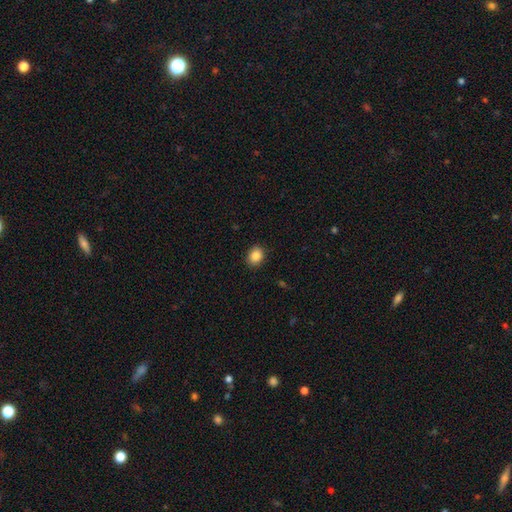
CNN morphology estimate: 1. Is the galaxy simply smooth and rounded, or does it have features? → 87% smooth, 9% star or artifact, 4% featured or disk.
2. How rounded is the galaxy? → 53% round, 47% in between, 1% cigar-shaped.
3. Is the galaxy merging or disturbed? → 90% none, 8% minor disturbance, 2% major disturbance, 1% merger.